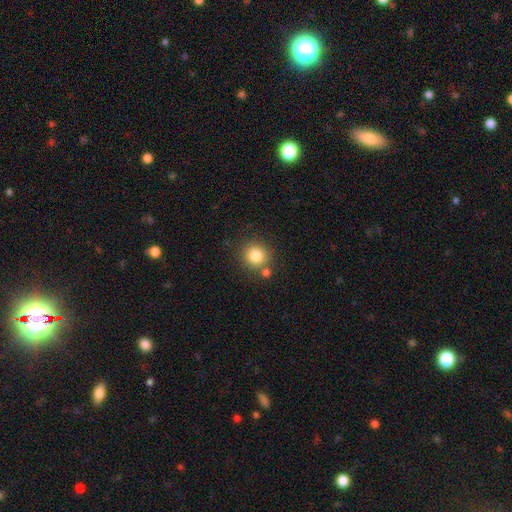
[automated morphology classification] Smooth or featured: smooth — 82% (star or artifact — 11%)
How rounded: round — 90% (in between — 9%)
Merging: none — 77% (merger — 12%)